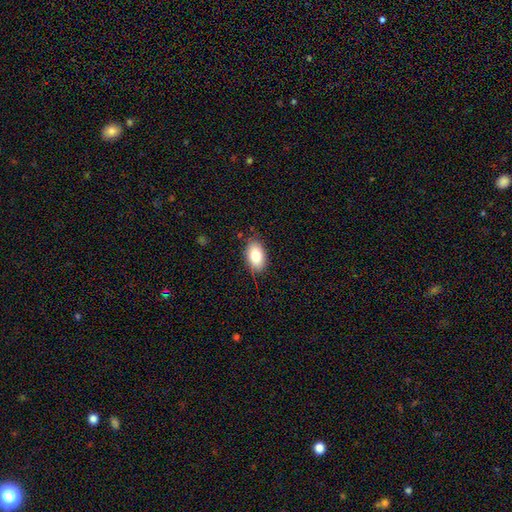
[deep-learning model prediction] Smooth or featured? smooth (83%)
How rounded? in between (92%)
Merging? none (80%)